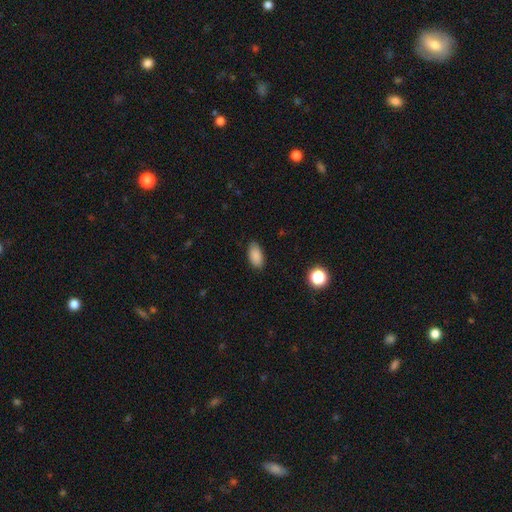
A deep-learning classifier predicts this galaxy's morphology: Smooth or featured? Predicted: smooth (p=0.88). How rounded? Predicted: in between (p=0.93). Merging? Predicted: none (p=0.84).